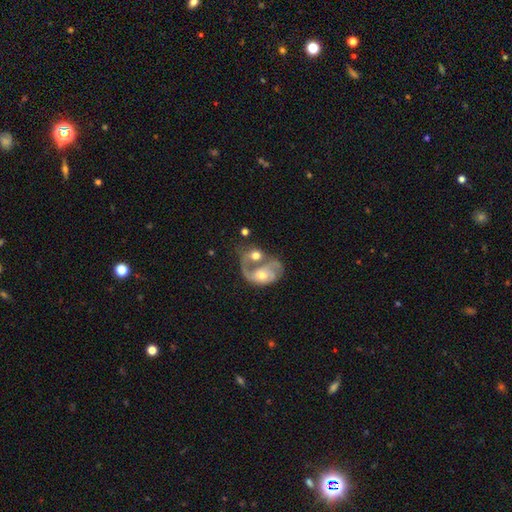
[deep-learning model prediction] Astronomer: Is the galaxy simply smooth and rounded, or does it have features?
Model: featured or disk — 61%.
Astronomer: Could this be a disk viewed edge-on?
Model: no — 97%.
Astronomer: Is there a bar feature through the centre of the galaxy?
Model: no — 71%.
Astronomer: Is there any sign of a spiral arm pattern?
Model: yes — 76%.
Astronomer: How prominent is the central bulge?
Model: moderate — 63%.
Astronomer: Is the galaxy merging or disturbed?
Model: merger — 70%.